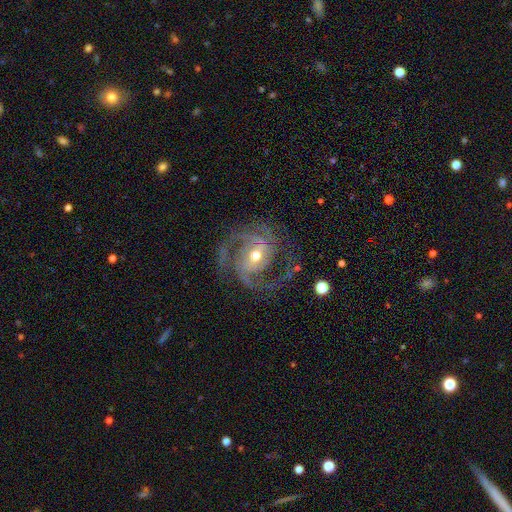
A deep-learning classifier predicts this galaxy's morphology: This is clearly a featured or disk galaxy (90%). It is clearly not viewed edge-on (98%). Bar: marginally weak (43%). Spiral arm pattern: clearly yes (97%). Spiral arm count: possibly 2 (51%). Spiral winding: possibly medium (53%). Central bulge: likely moderate (63%). Merging: likely none (65%).